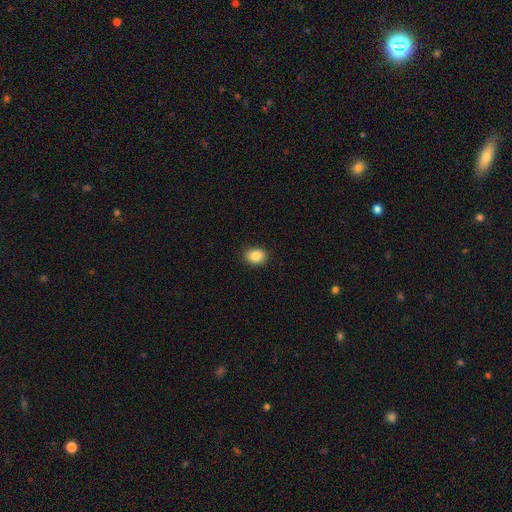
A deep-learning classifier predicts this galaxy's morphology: Smooth or featured? Predicted: smooth (p=0.87). How rounded? Predicted: in between (p=0.54). Merging? Predicted: none (p=0.89).